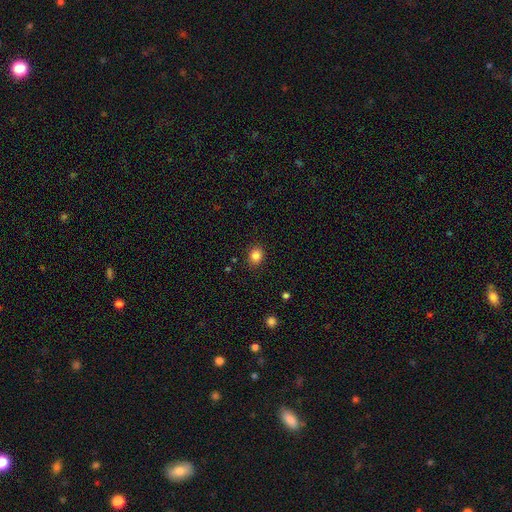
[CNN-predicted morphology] This is clearly a smooth galaxy (85%). How rounded: possibly round (56%). Merging: clearly none (87%).